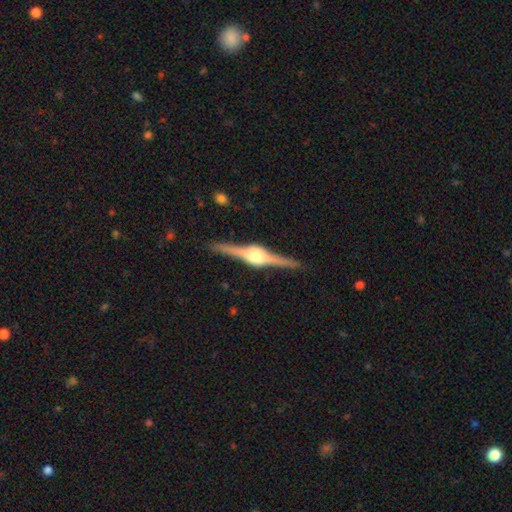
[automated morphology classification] This appears to be a featured or disk galaxy (88%) viewed edge-on (98%) with a rounded central bulge (88%). Merging: none (90%).